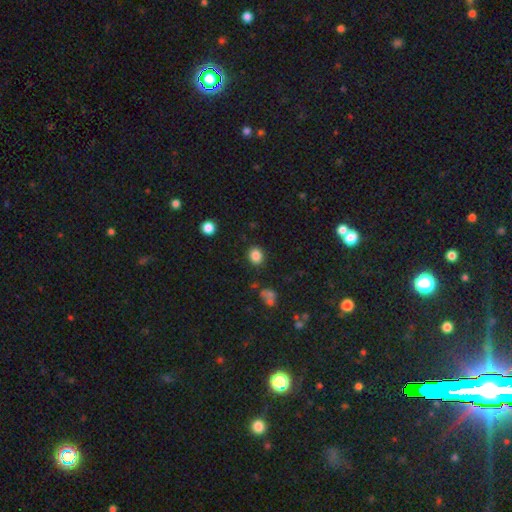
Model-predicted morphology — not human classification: Smooth or featured?
  - smooth: 85% *
  - star or artifact: 11%
  - featured or disk: 5%
How rounded?
  - round: 72% *
  - in between: 28%
  - cigar-shaped: 1%
Merging?
  - none: 86% *
  - minor disturbance: 8%
  - major disturbance: 3%
  - merger: 2%